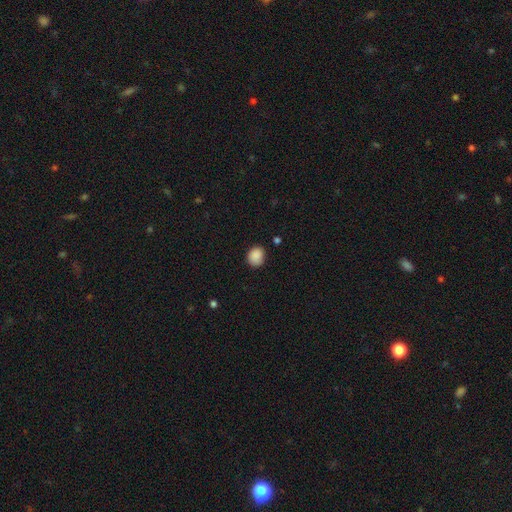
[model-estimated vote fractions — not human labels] smooth-or-featured: smooth: 88% | star or artifact: 9% | featured or disk: 3%
  how-rounded: round: 67% | in between: 32% | cigar-shaped: 1%
  merging: none: 80% | minor disturbance: 15% | major disturbance: 3% | merger: 2%